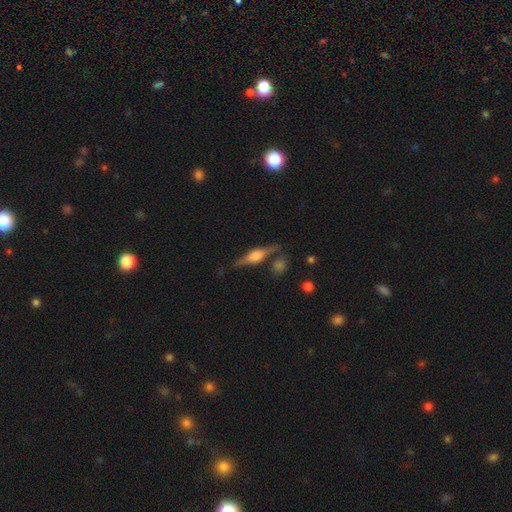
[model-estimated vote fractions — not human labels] featured or disk 76%, smooth 18%, star or artifact 6%. Down the decision tree: edge-on disk — yes (96%); edge-on bulge — rounded (90%); merging — none (80%).